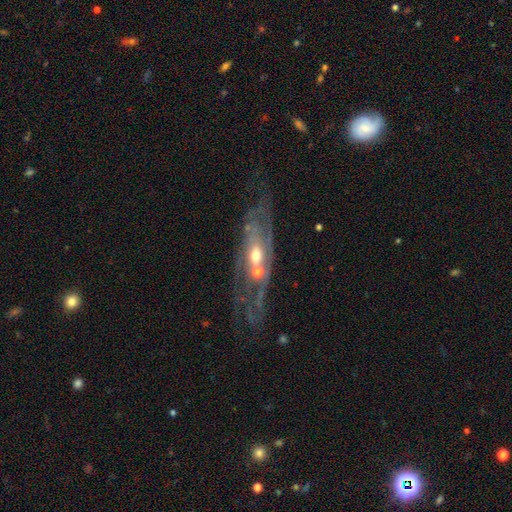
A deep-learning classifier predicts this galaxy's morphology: smooth_or_featured: featured or disk (p=0.75) [alt: smooth p=0.17]
disk_edge_on: no (p=0.83) [alt: yes p=0.17]
bar: no (p=0.74) [alt: weak p=0.19]
has_spiral_arms: yes (p=0.65) [alt: no p=0.35]
bulge_size: moderate (p=0.70) [alt: small p=0.19]
merging: none (p=0.42) [alt: merger p=0.20]